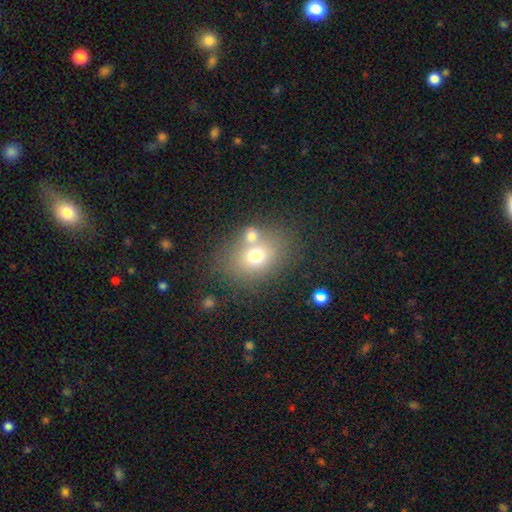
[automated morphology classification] This appears to be a smooth galaxy with no disk features (69%) that is in between round and cigar-shaped (52%). Merging: none (54%).